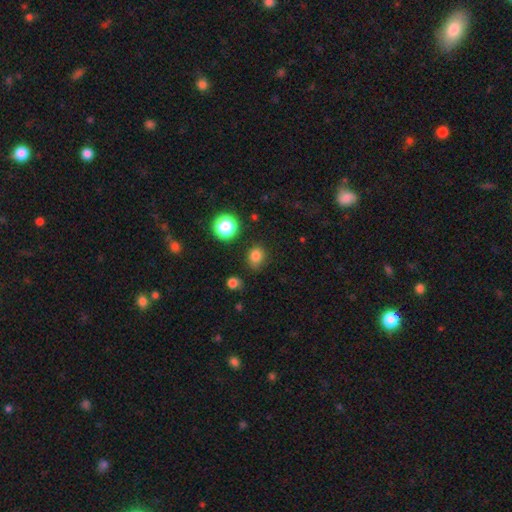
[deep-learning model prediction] Q: Smooth or featured?
A: smooth (81%); runner-up: star or artifact (15%)
Q: How rounded?
A: round (60%); runner-up: in between (39%)
Q: Merging?
A: none (75%); runner-up: minor disturbance (18%)